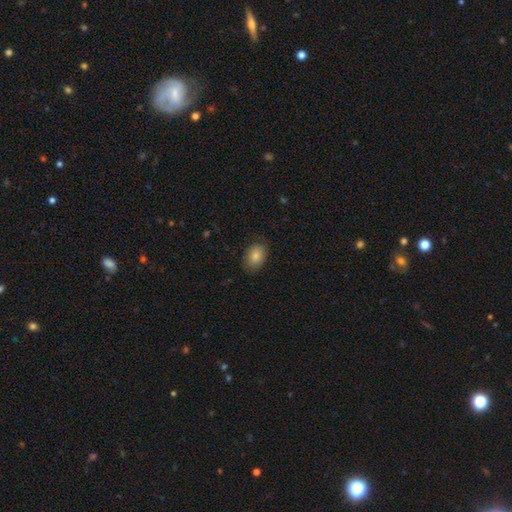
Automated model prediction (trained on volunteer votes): Smooth or featured?
  - smooth: 83% *
  - featured or disk: 9%
  - star or artifact: 8%
How rounded?
  - in between: 79% *
  - round: 20%
  - cigar-shaped: 1%
Merging?
  - none: 82% *
  - minor disturbance: 14%
  - major disturbance: 3%
  - merger: 1%